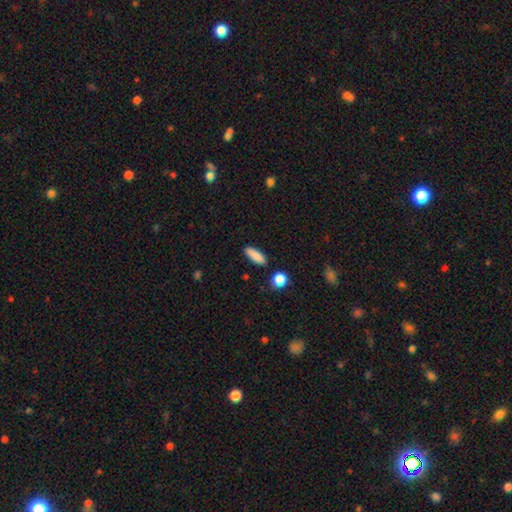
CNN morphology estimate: A smooth galaxy with no disk features (86%) that is cigar-shaped (51%).

Vote fractions:
- Smooth or featured? smooth: 86% / star or artifact: 7% / featured or disk: 6%
- How rounded? cigar-shaped: 51% / in between: 46% / round: 3%
- Merging? none: 86% / minor disturbance: 9% / merger: 3% / major disturbance: 2%